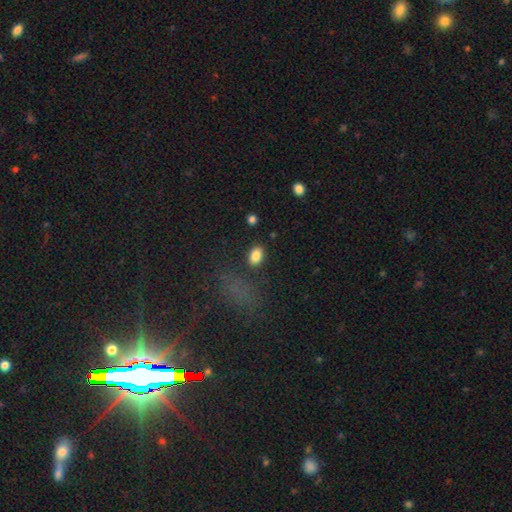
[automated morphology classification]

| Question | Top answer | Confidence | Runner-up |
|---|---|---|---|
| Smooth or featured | smooth | 85% | star or artifact (9%) |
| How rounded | in between | 85% | round (14%) |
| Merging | none | 84% | minor disturbance (10%) |